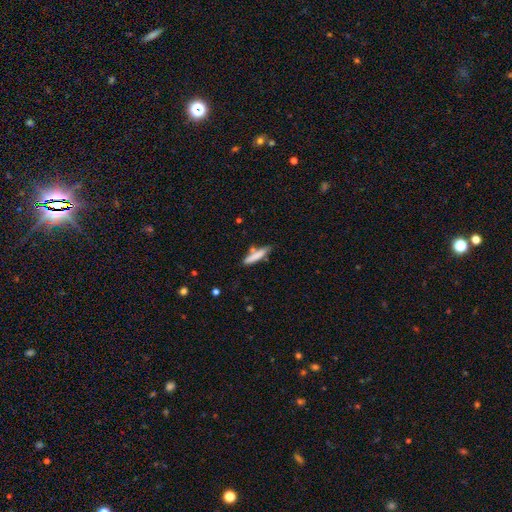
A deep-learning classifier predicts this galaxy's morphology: Q: Smooth or featured?
A: smooth (78%); runner-up: featured or disk (15%)
Q: How rounded?
A: cigar-shaped (84%); runner-up: in between (14%)
Q: Merging?
A: none (67%); runner-up: minor disturbance (19%)